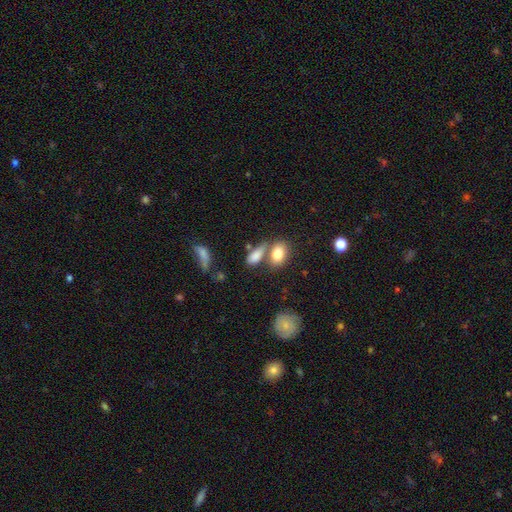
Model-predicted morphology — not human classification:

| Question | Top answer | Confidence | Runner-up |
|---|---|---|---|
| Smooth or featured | smooth | 81% | featured or disk (10%) |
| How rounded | in between | 81% | cigar-shaped (11%) |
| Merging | none | 47% | merger (35%) |